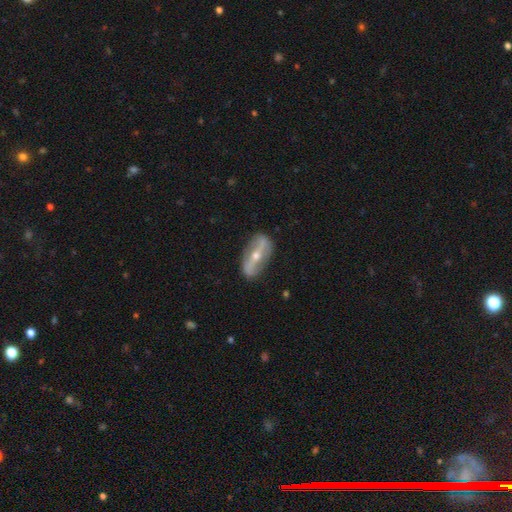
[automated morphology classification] Overall: featured or disk (78%). Edge-on disk: no (74%). Bar: strong (74%). Spiral arms: yes (54%; no 46%). Bulge size: moderate (51%; small 46%). Merging: none (84%).